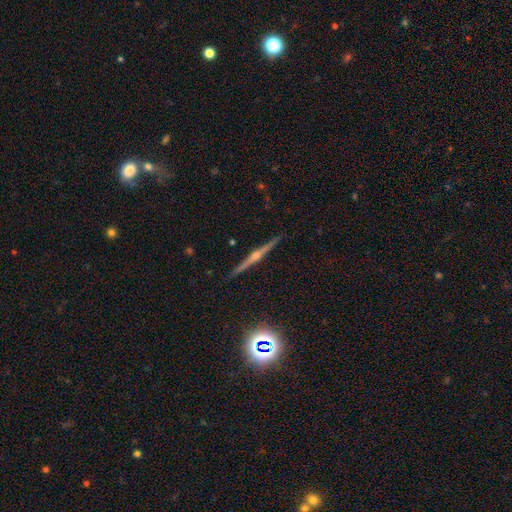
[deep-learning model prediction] featured or disk 76%, star or artifact 13%, smooth 12%. Down the decision tree: edge-on disk — yes (98%); edge-on bulge — rounded (87%); merging — none (91%).